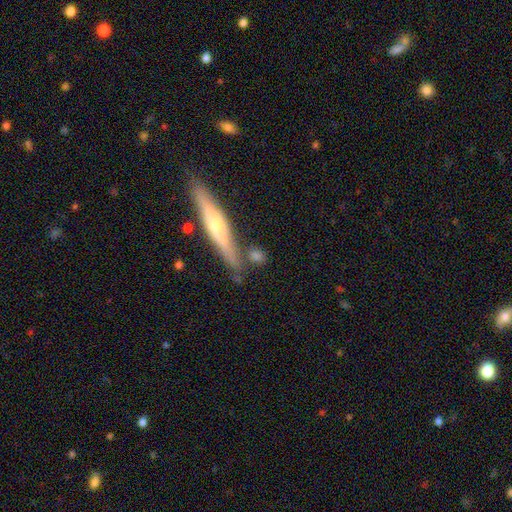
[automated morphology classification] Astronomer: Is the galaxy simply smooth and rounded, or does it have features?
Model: smooth — 65%.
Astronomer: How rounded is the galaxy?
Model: cigar-shaped — 37% (runner-up: in between, 33%).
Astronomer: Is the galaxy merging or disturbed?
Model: none — 70%.